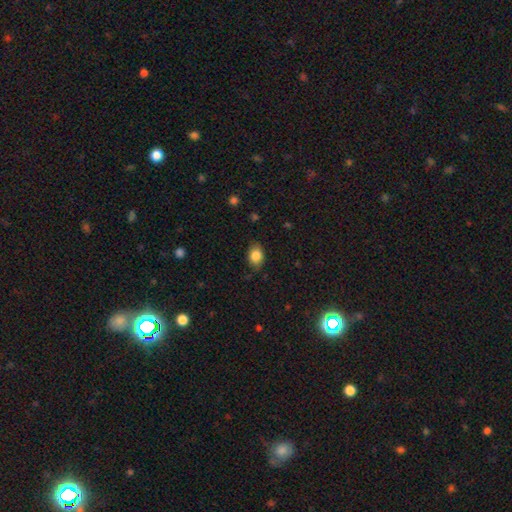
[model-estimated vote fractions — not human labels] smooth 83%, star or artifact 9%, featured or disk 8%. Down the decision tree: how rounded — in between (70%); merging — none (78%).